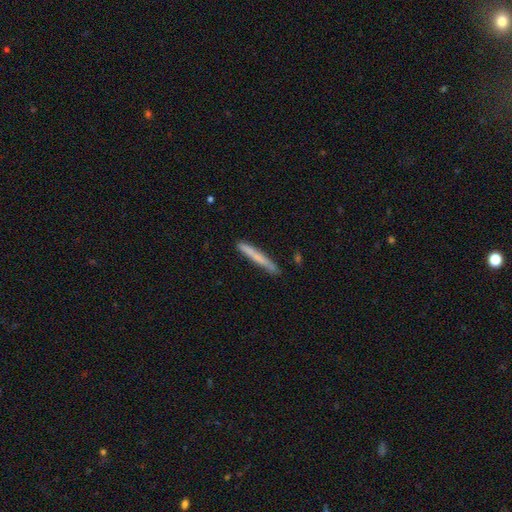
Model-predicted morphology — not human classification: smooth 65%, featured or disk 29%, star or artifact 6%. Down the decision tree: how rounded — cigar-shaped (97%); merging — none (86%).